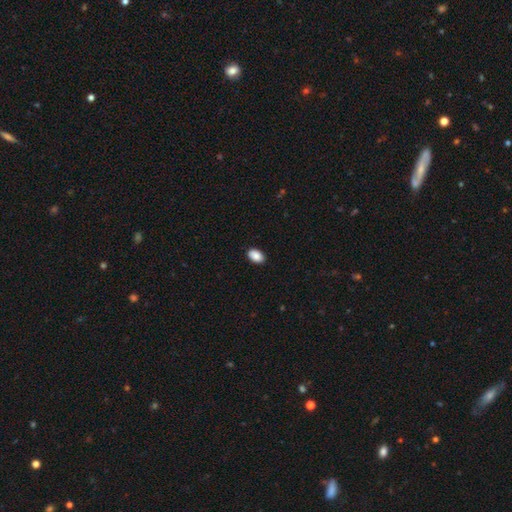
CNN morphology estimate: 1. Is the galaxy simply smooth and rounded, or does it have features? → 89% smooth, 7% star or artifact, 4% featured or disk.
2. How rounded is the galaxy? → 90% in between, 8% round, 1% cigar-shaped.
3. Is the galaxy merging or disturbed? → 89% none, 8% minor disturbance, 2% major disturbance, 1% merger.